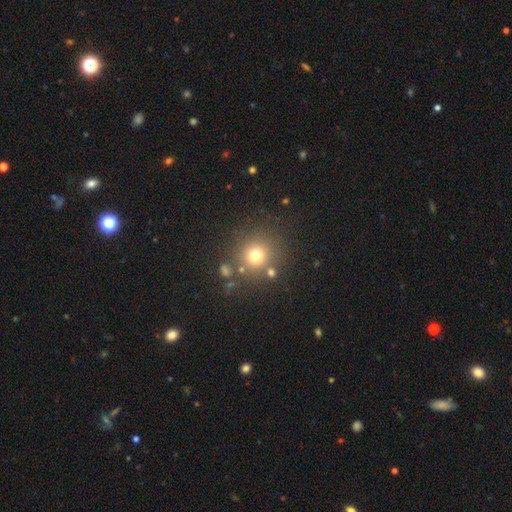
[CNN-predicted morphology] Smooth or featured? Predicted: smooth (p=0.72). How rounded? Predicted: round (p=0.91). Merging? Predicted: none (p=0.78).